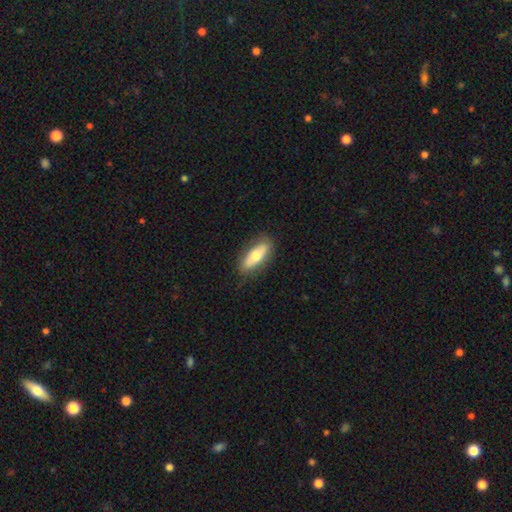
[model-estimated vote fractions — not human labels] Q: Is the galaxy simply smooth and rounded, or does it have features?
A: smooth — 64%.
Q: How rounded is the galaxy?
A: in between — 65%.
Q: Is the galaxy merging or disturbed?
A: none — 82%.